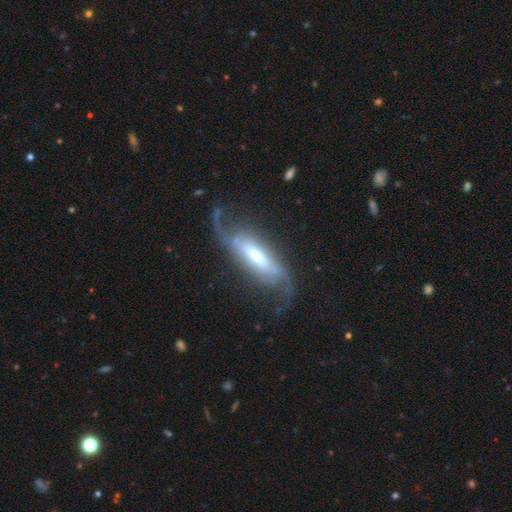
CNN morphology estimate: type=featured or disk (74%); edge-on=no (72%); bar=weak (35%); spiral arms=yes (87%); bulge=moderate (53%); merging=none (49%).